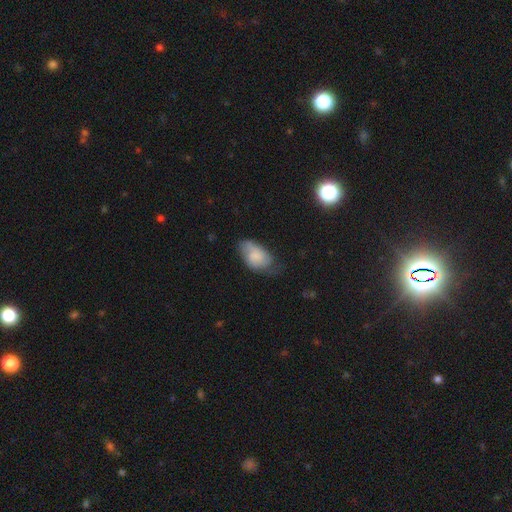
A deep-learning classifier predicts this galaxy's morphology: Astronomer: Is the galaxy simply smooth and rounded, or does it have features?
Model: smooth — 66%.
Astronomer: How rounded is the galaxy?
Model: in between — 92%.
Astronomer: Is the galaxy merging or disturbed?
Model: none — 41% (runner-up: minor disturbance, 38%).